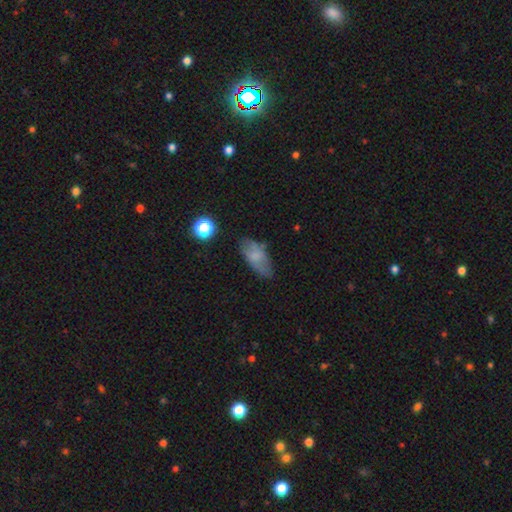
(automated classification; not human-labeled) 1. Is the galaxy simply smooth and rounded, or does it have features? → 66% smooth, 25% featured or disk, 10% star or artifact.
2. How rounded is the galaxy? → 88% in between, 9% cigar-shaped, 4% round.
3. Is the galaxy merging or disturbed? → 66% none, 23% minor disturbance, 8% major disturbance, 3% merger.